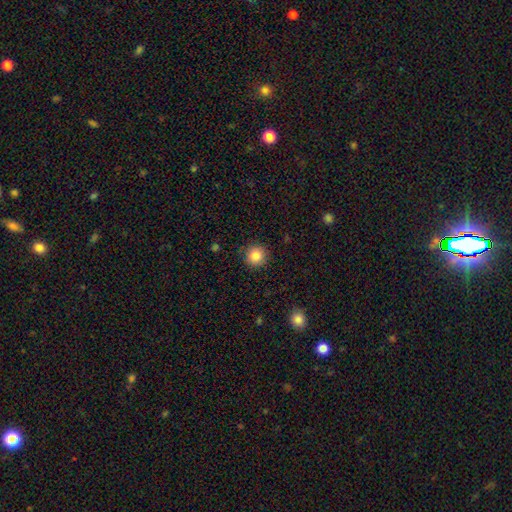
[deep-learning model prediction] This appears to be a smooth galaxy with no disk features (85%) that is round (94%). Merging: none (90%).